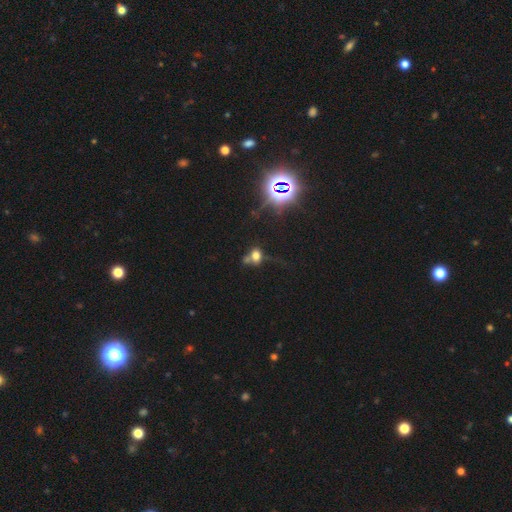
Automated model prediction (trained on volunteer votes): smooth 55%, star or artifact 27%, featured or disk 19%. Down the decision tree: how rounded — round (54%); merging — none (34%).